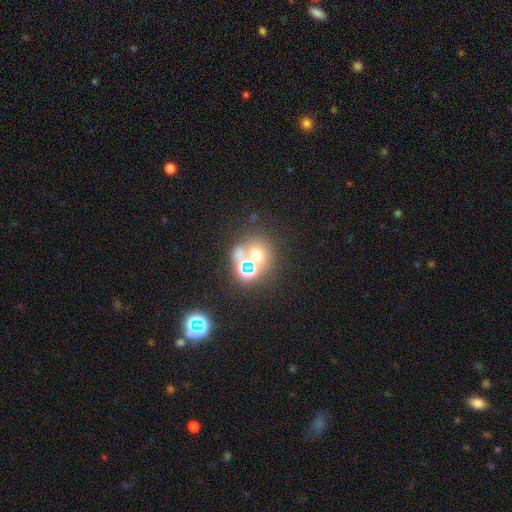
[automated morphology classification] Smooth or featured?
  - smooth: 47% *
  - star or artifact: 39%
  - featured or disk: 14%
Merging?
  - none: 54% *
  - merger: 31%
  - minor disturbance: 9%
  - major disturbance: 6%